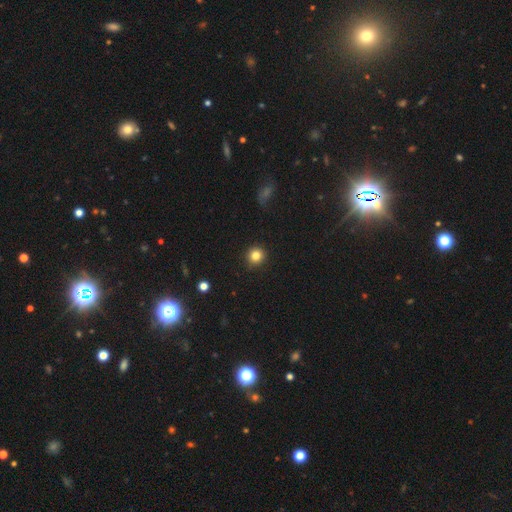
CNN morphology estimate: smooth 83%, star or artifact 12%, featured or disk 5%. Down the decision tree: how rounded — round (93%); merging — none (89%).